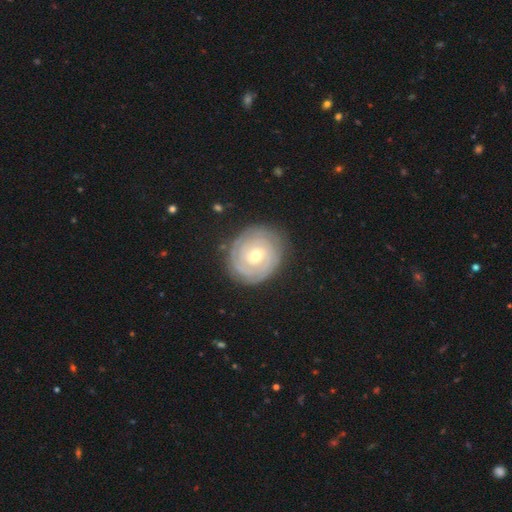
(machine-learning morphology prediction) Overall: featured or disk (79%). Edge-on disk: no (97%). Bar: no (66%; weak 27%). Spiral arms: yes (92%). Spiral arm count: can't tell (36%; 2 27%). Spiral winding: tight (86%). Bulge size: small (49%; moderate 48%). Merging: none (83%).